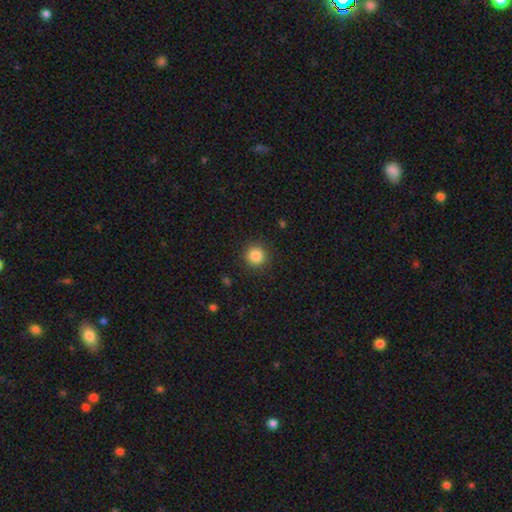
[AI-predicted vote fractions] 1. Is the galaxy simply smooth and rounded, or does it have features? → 84% smooth, 11% star or artifact, 5% featured or disk.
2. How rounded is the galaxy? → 94% round, 5% in between, 1% cigar-shaped.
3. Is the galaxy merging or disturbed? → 91% none, 6% minor disturbance, 2% major disturbance, 1% merger.